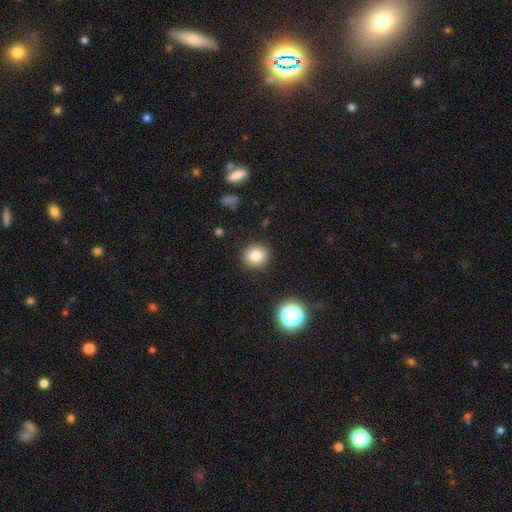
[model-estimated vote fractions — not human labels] Smooth or featured?
  - smooth: 81% *
  - star or artifact: 11%
  - featured or disk: 7%
How rounded?
  - round: 88% *
  - in between: 11%
  - cigar-shaped: 1%
Merging?
  - none: 90% *
  - minor disturbance: 6%
  - major disturbance: 2%
  - merger: 1%